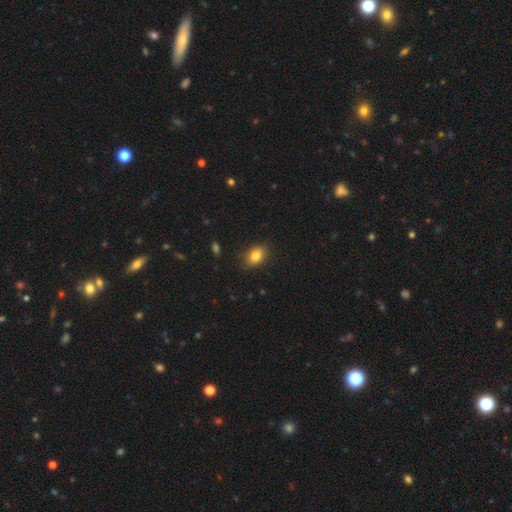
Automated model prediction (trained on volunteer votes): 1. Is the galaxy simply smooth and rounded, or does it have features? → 82% smooth, 9% star or artifact, 8% featured or disk.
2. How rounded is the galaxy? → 76% in between, 22% round, 1% cigar-shaped.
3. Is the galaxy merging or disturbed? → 83% none, 13% minor disturbance, 3% major disturbance, 1% merger.